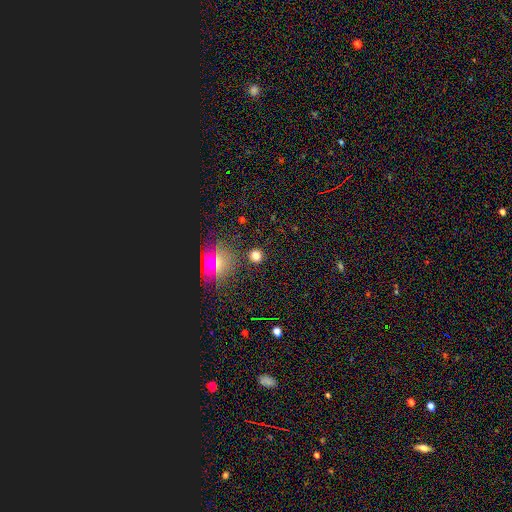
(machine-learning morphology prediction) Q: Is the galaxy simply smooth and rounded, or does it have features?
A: smooth — 74%.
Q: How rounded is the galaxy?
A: round — 90%.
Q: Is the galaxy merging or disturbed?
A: none — 87%.